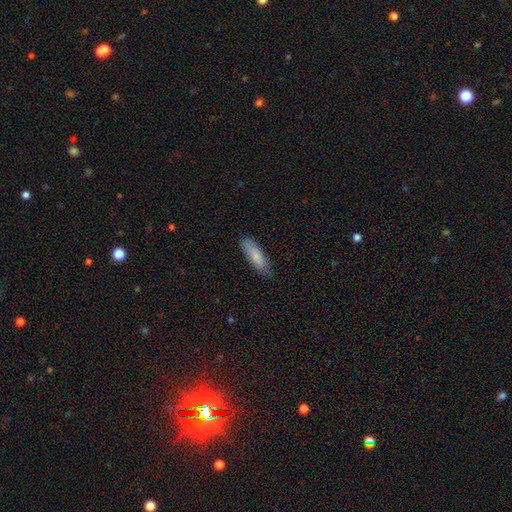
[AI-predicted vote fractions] smooth 82%, featured or disk 13%, star or artifact 6%. Down the decision tree: how rounded — cigar-shaped (50%); merging — none (81%).